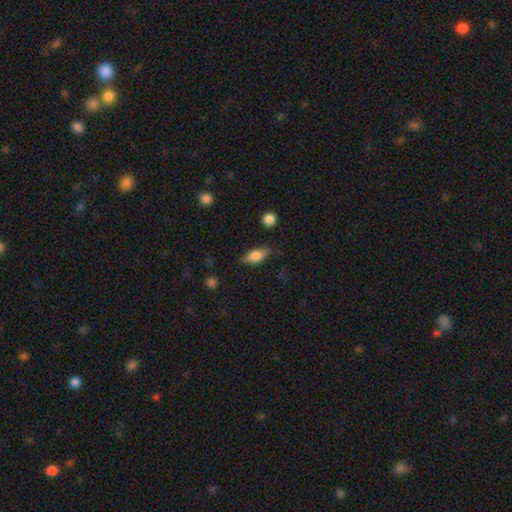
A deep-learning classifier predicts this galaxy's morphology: Q: Smooth or featured?
A: smooth (68%); runner-up: featured or disk (25%)
Q: How rounded?
A: in between (79%); runner-up: cigar-shaped (17%)
Q: Merging?
A: none (76%); runner-up: minor disturbance (18%)